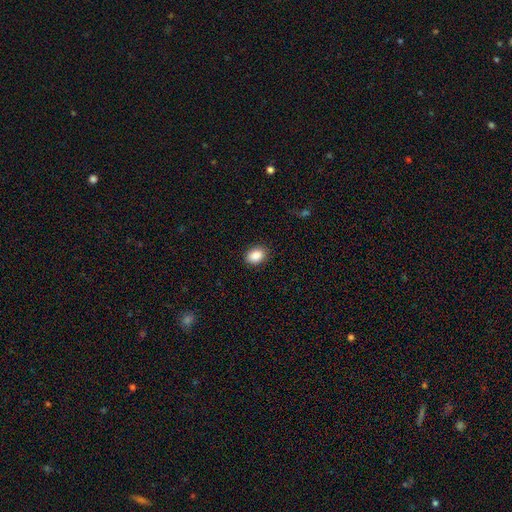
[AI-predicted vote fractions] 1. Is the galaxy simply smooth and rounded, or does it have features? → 89% smooth, 8% star or artifact, 3% featured or disk.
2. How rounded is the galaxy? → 72% in between, 27% round, 1% cigar-shaped.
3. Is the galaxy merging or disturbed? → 87% none, 9% minor disturbance, 2% major disturbance, 1% merger.